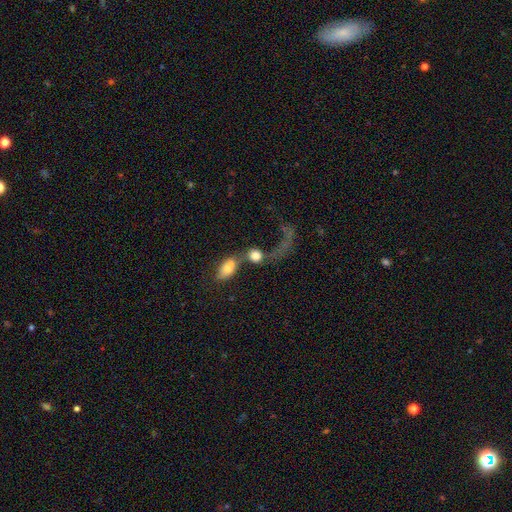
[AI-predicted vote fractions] A smooth galaxy with no disk features (67%) that is round (57%).

Vote fractions:
- Smooth or featured? smooth: 67% / featured or disk: 23% / star or artifact: 10%
- How rounded? round: 57% / in between: 39% / cigar-shaped: 5%
- Merging? merger: 55% / major disturbance: 21% / none: 18% / minor disturbance: 7%